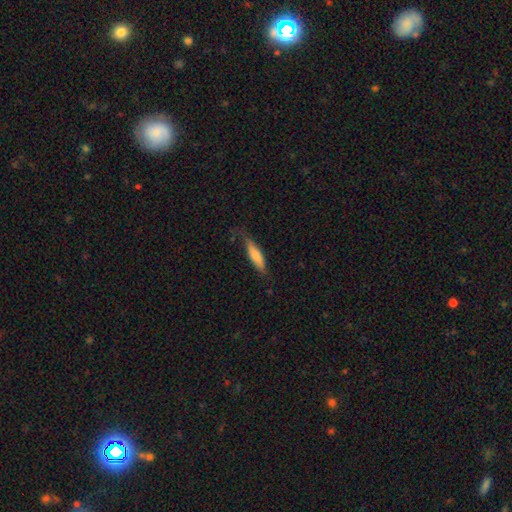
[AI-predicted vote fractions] smooth 75%, featured or disk 20%, star or artifact 5%. Down the decision tree: how rounded — cigar-shaped (69%); merging — none (64%).